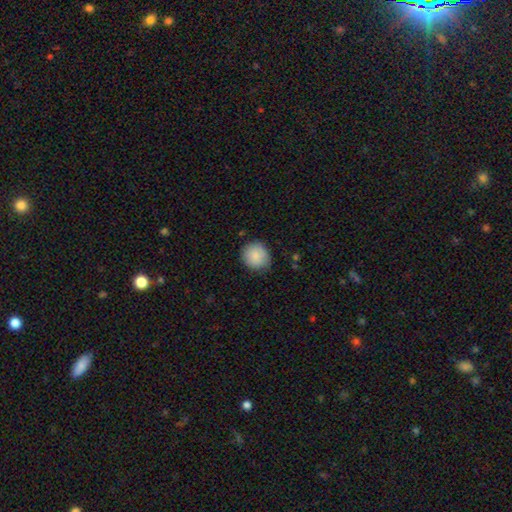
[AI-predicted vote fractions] This is clearly a smooth galaxy (87%). How rounded: clearly round (85%). Merging: clearly none (80%).